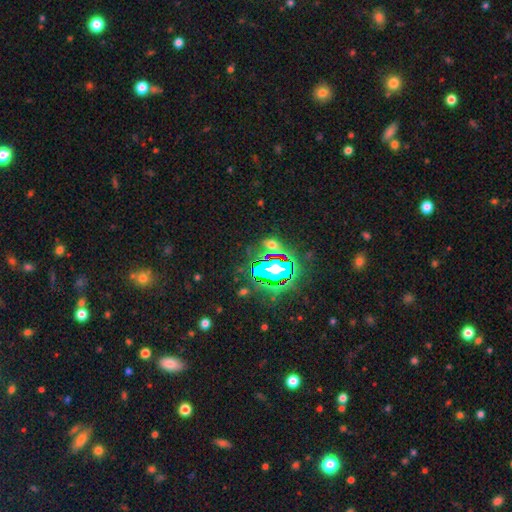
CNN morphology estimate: A star or artifact, not a galaxy (81%).

Vote fractions:
- Smooth or featured? star or artifact: 81% / smooth: 12% / featured or disk: 7%